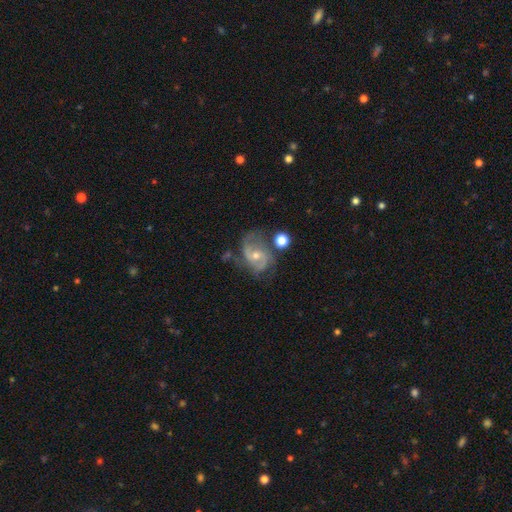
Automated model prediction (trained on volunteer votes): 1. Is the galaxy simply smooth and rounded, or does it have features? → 83% featured or disk, 9% smooth, 8% star or artifact.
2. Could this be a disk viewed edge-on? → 97% no, 3% yes.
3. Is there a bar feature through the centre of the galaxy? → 48% no, 41% weak, 11% strong.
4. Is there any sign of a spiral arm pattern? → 94% yes, 6% no.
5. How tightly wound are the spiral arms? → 51% medium, 25% tight, 24% loose.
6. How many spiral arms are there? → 75% 2, 10% can't tell, 8% 3, 3% 1, 2% 4, 2% more than 4.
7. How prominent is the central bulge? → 48% moderate (tied), 48% small (tied), 1% large, 1% none, 1% dominant.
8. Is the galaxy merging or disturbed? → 60% none, 22% minor disturbance, 12% major disturbance, 6% merger.